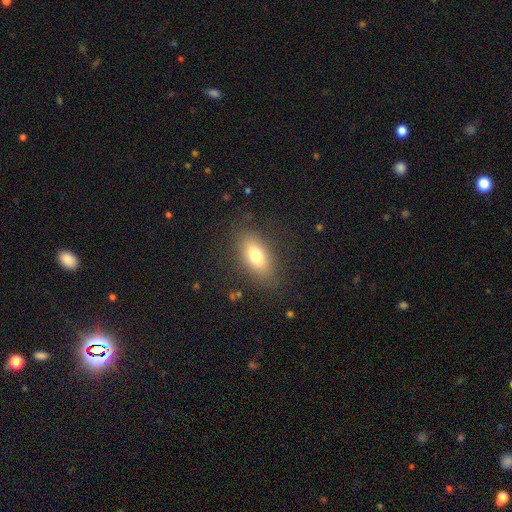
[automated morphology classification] The model was most divided on "smooth or featured": smooth: 74%, featured or disk: 17%, star or artifact: 9%. More confident: how rounded — in between (85%); merging — none (83%).